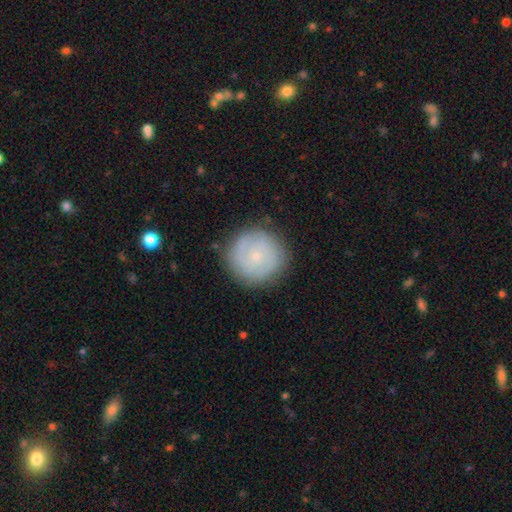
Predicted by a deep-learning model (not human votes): Morphology: type=featured or disk (49%); merging=none (86%).